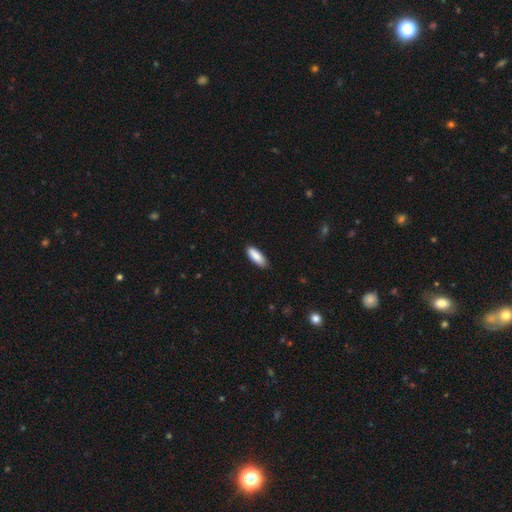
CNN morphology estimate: A smooth galaxy with no disk features (89%) that is in between round and cigar-shaped (70%).

Vote fractions:
- Smooth or featured? smooth: 89% / star or artifact: 6% / featured or disk: 5%
- How rounded? in between: 70% / cigar-shaped: 28% / round: 2%
- Merging? none: 86% / minor disturbance: 12% / major disturbance: 2% / merger: 1%